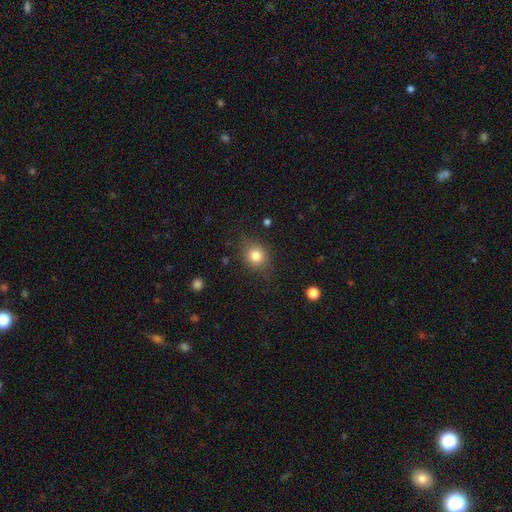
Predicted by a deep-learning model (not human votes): smooth_or_featured: smooth (p=0.80) [alt: star or artifact p=0.11]
how_rounded: round (p=0.65) [alt: in between p=0.33]
merging: none (p=0.77) [alt: minor disturbance p=0.17]